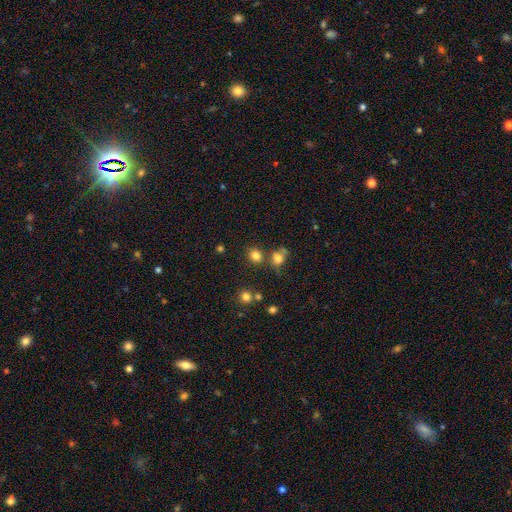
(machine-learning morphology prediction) The model was most divided on "how rounded": round: 73%, in between: 26%, cigar-shaped: 1%. More confident: smooth or featured — smooth (79%); merging — none (71%).